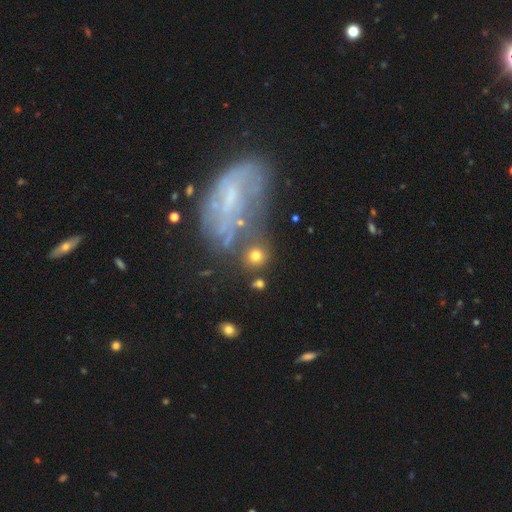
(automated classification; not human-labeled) Smooth or featured: smooth — 71% (star or artifact — 15%)
How rounded: round — 88% (in between — 11%)
Merging: none — 74% (minor disturbance — 11%)